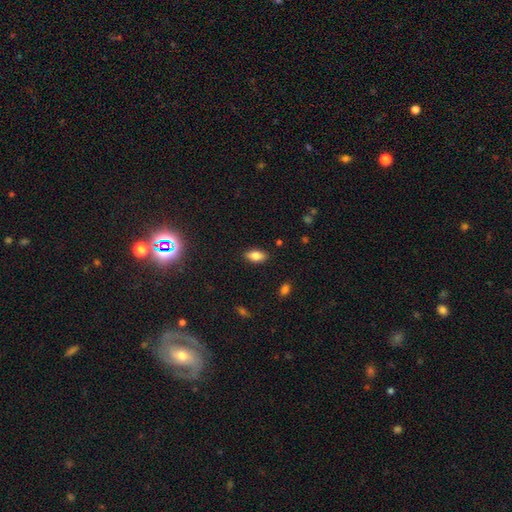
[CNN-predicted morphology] smooth-or-featured: smooth: 77% | featured or disk: 14% | star or artifact: 8%
  how-rounded: in between: 86% | cigar-shaped: 10% | round: 3%
  merging: none: 87% | minor disturbance: 10% | major disturbance: 2% | merger: 1%